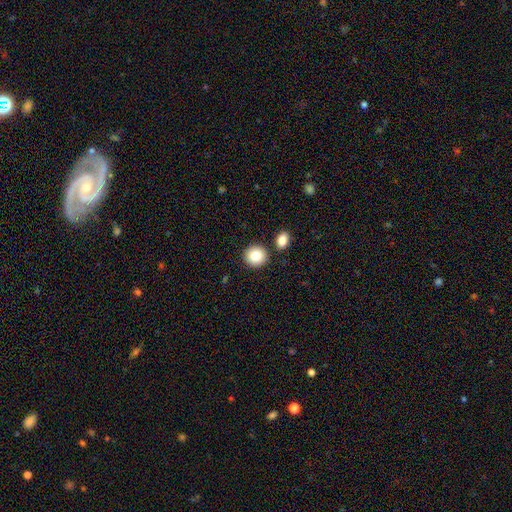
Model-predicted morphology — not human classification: A smooth galaxy with no disk features (84%) that is round (88%). Merging: none (85%).